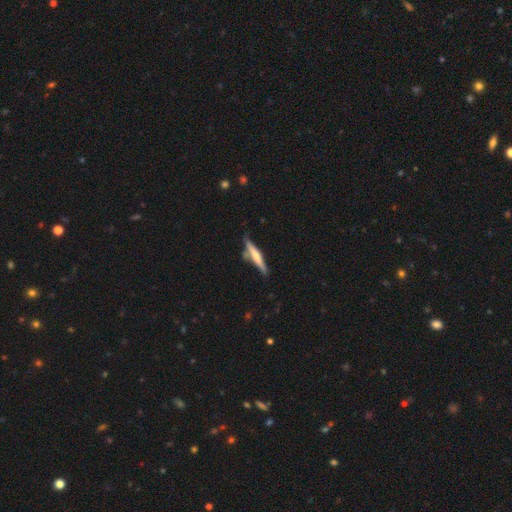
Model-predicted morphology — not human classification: This appears to be a featured or disk galaxy (49%). Merging: none (71%).